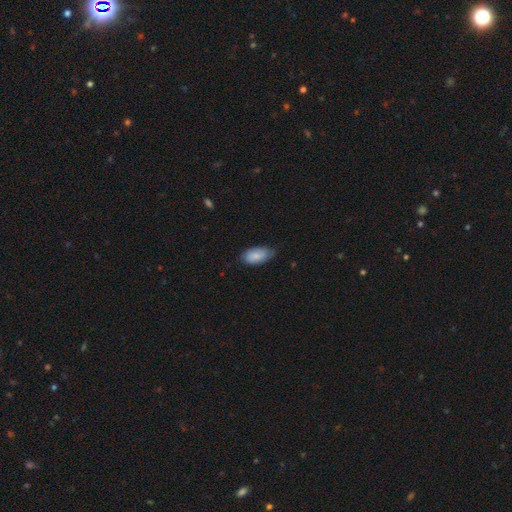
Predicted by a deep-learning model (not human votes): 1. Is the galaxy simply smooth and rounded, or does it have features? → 81% smooth, 13% featured or disk, 6% star or artifact.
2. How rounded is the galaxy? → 94% in between, 3% round, 3% cigar-shaped.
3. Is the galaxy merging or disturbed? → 59% none, 34% minor disturbance, 5% major disturbance, 1% merger.